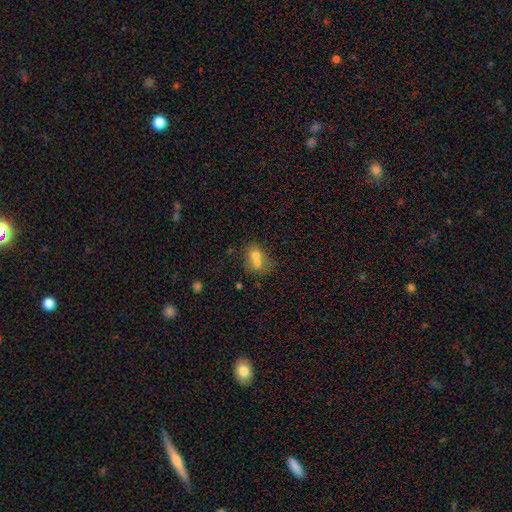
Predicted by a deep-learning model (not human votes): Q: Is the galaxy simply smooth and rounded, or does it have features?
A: smooth — 65%.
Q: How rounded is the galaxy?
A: round — 54%.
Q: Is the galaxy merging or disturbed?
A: merger — 65%.